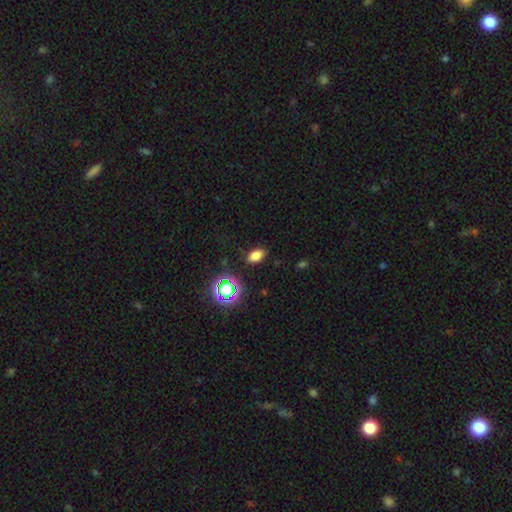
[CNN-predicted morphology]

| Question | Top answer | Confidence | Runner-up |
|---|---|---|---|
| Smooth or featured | smooth | 76% | star or artifact (18%) |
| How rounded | in between | 87% | round (10%) |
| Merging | none | 86% | minor disturbance (10%) |